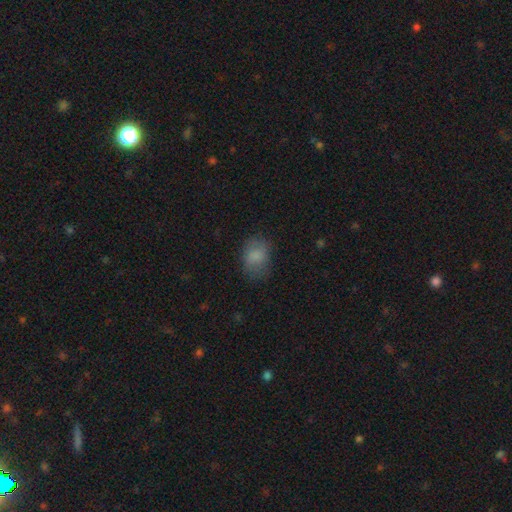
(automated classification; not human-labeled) A smooth galaxy with no disk features (81%) that is in between round and cigar-shaped (67%).

Vote fractions:
- Smooth or featured? smooth: 81% / featured or disk: 10% / star or artifact: 9%
- How rounded? in between: 67% / round: 32% / cigar-shaped: 1%
- Merging? none: 67% / minor disturbance: 23% / major disturbance: 9% / merger: 1%